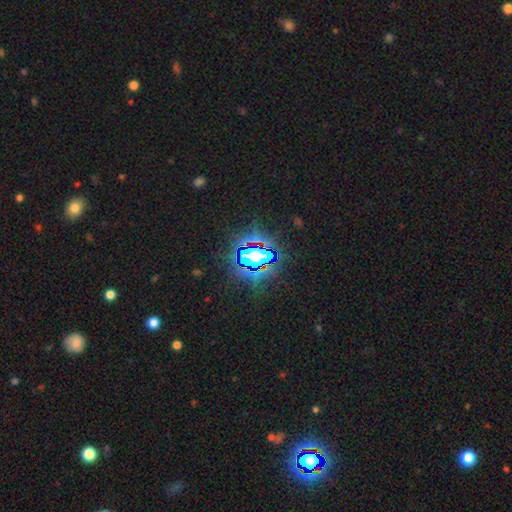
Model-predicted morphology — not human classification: A star or artifact, not a galaxy (84%).